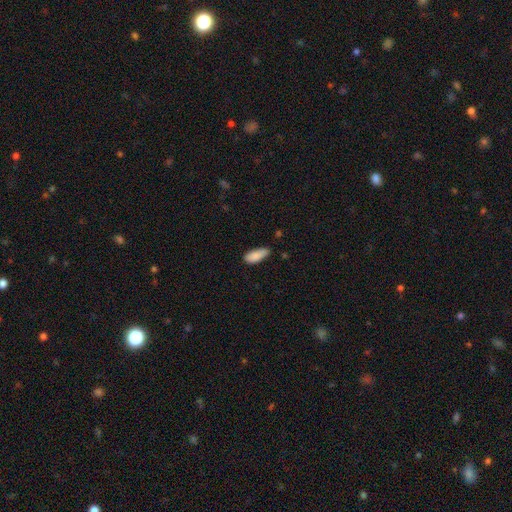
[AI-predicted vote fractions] The model was most divided on "merging": none: 61%, minor disturbance: 32%, major disturbance: 5%, merger: 3%. More confident: smooth or featured — smooth (87%); how rounded — in between (77%).